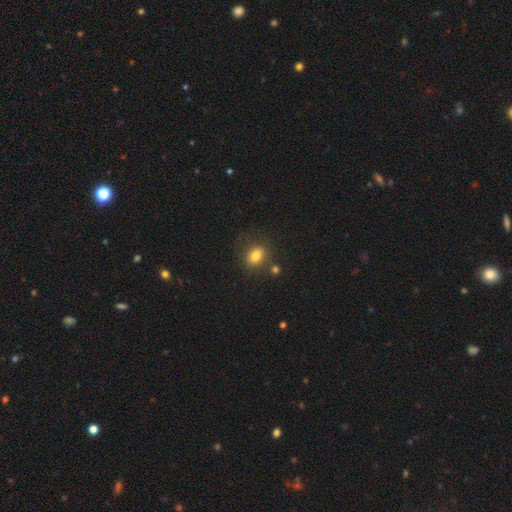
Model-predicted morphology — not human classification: Smooth or featured? Predicted: smooth (p=0.81). How rounded? Predicted: in between (p=0.64). Merging? Predicted: none (p=0.71).